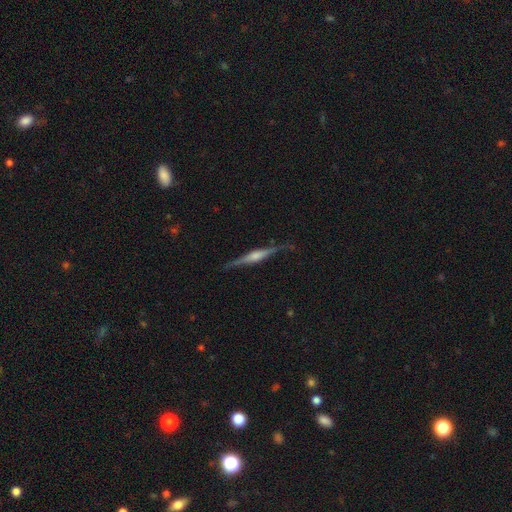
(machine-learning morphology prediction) The model was most divided on "edge-on bulge": rounded: 69%, boxy: 22%, none: 9%. More confident: edge-on disk — yes (98%); merging — none (84%); smooth or featured — featured or disk (82%).